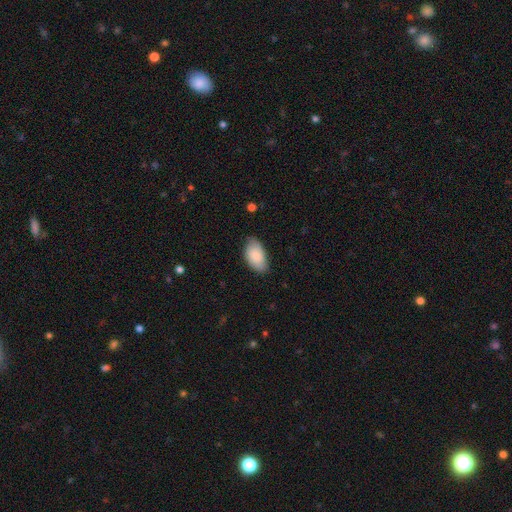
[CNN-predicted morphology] smooth_or_featured: smooth (p=0.82) [alt: featured or disk p=0.12]
how_rounded: in between (p=0.95) [alt: round p=0.04]
merging: none (p=0.76) [alt: minor disturbance p=0.19]